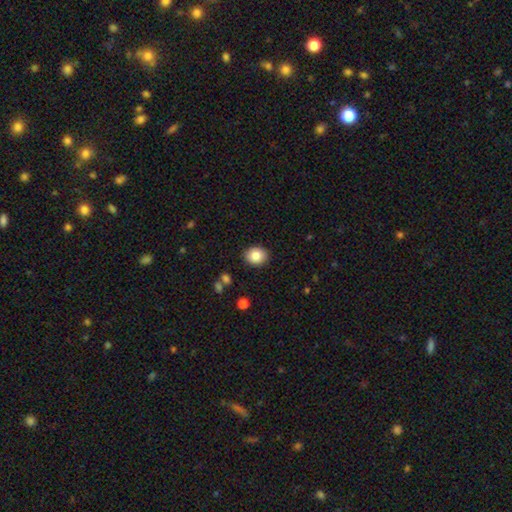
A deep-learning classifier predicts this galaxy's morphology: The model was most divided on "how rounded": round: 59%, in between: 40%, cigar-shaped: 1%. More confident: merging — none (89%); smooth or featured — smooth (84%).